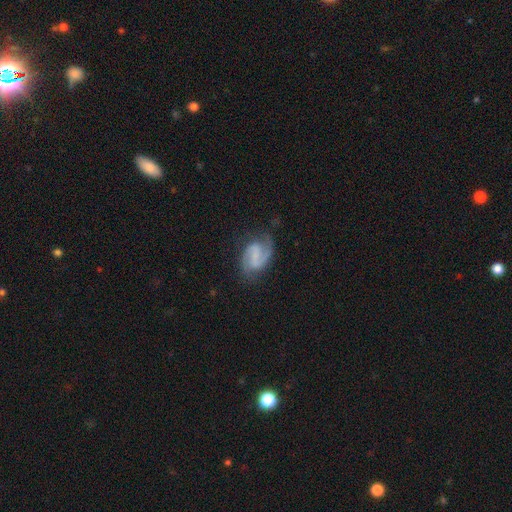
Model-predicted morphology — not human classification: This appears to be a featured or disk galaxy (83%) with a weak bar (47%), 2 (90%) medium (53%) spiral arms (96%) and no central bulge (57%). Merging: none (72%).